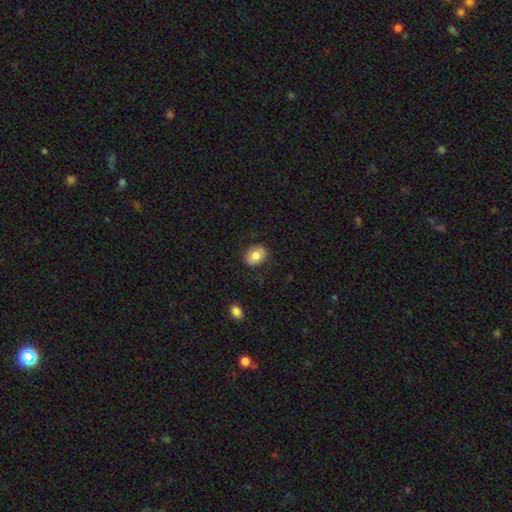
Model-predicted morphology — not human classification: A smooth galaxy with no disk features (78%) that is in between round and cigar-shaped (61%). Merging: none (84%).